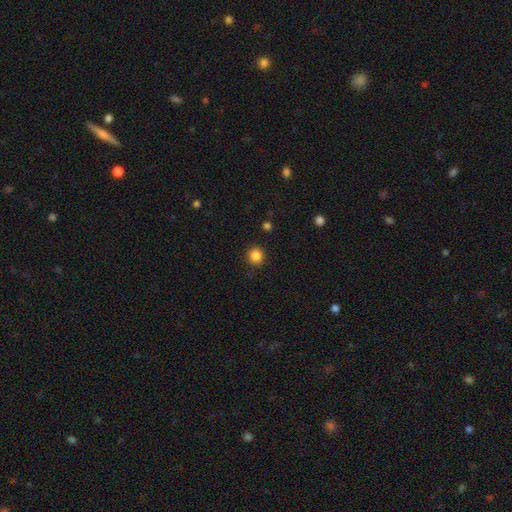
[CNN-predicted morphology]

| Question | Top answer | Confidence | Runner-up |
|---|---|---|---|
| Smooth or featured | smooth | 85% | star or artifact (11%) |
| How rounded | round | 92% | in between (7%) |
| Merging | none | 91% | minor disturbance (6%) |